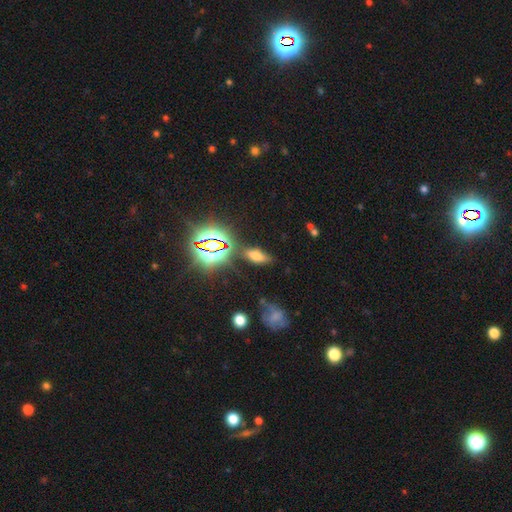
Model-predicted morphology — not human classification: Smooth or featured: smooth — 55% (star or artifact — 30%)
How rounded: in between — 77% (cigar-shaped — 17%)
Merging: none — 74% (minor disturbance — 14%)